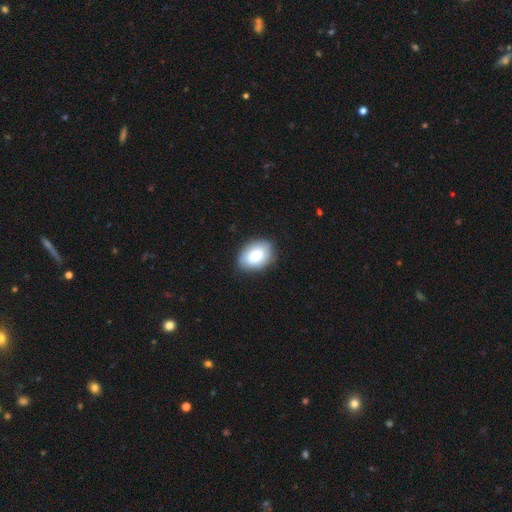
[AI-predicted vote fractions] This is clearly a smooth galaxy (85%). How rounded: clearly in between (83%). Merging: clearly none (83%).